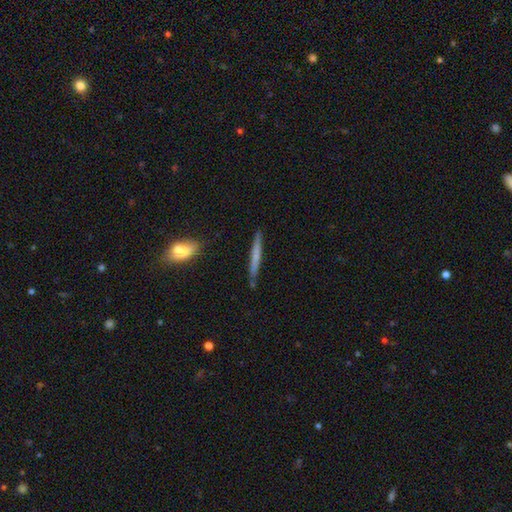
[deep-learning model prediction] The model was most divided on "smooth or featured": smooth: 59%, featured or disk: 35%, star or artifact: 6%. More confident: how rounded — cigar-shaped (96%); merging — none (86%).